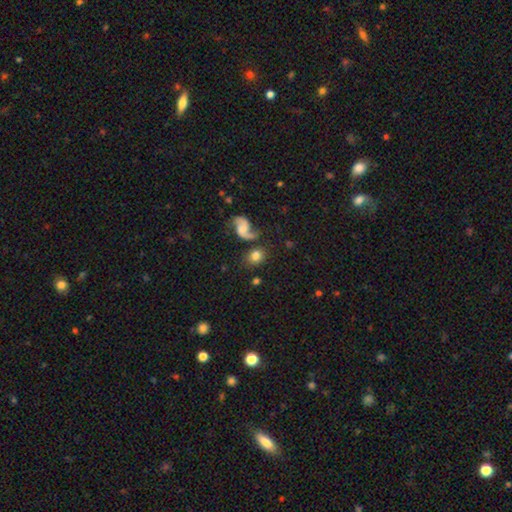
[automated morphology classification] Smooth or featured: smooth — 69% (featured or disk — 21%)
How rounded: round — 56% (in between — 42%)
Merging: none — 64% (minor disturbance — 15%)